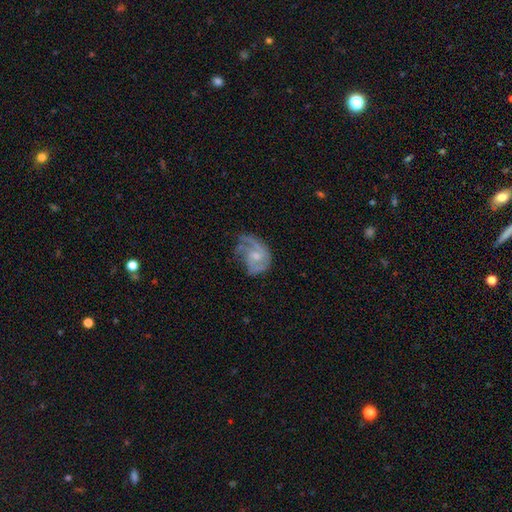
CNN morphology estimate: This is likely a featured or disk galaxy (75%). It is clearly not viewed edge-on (98%). Bar: likely no (65%). Spiral arm pattern: clearly yes (87%). Spiral arm count: marginally 2 (39%). Spiral winding: marginally medium (44%). Central bulge: possibly small (51%). Merging: marginally none (39%).